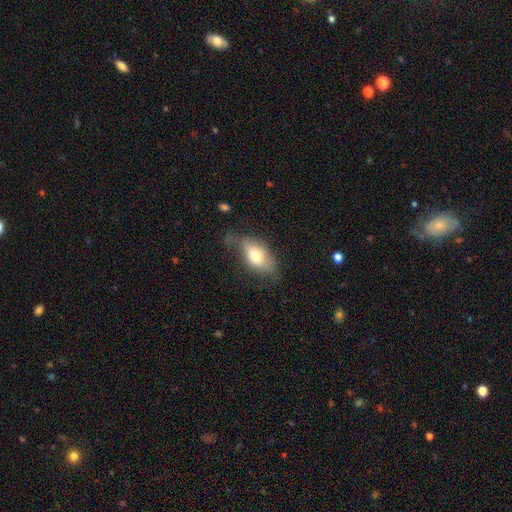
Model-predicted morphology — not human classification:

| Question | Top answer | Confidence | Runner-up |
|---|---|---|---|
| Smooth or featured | smooth | 68% | featured or disk (24%) |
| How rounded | in between | 89% | round (6%) |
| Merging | none | 45% | minor disturbance (34%) |